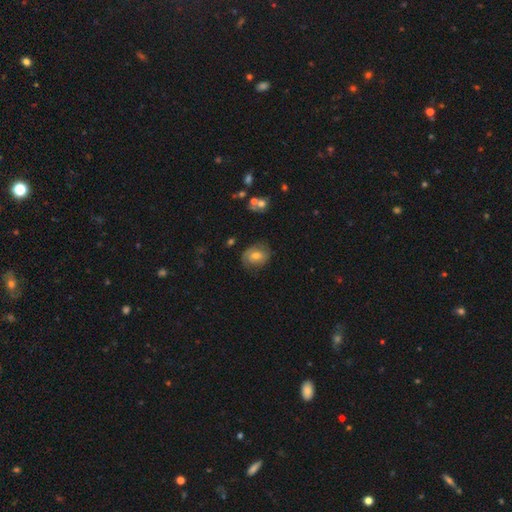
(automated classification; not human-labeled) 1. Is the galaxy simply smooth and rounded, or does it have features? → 55% smooth, 34% featured or disk, 10% star or artifact.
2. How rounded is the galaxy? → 52% round, 46% in between, 1% cigar-shaped.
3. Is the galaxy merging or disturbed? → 71% none, 20% minor disturbance, 8% major disturbance, 2% merger.